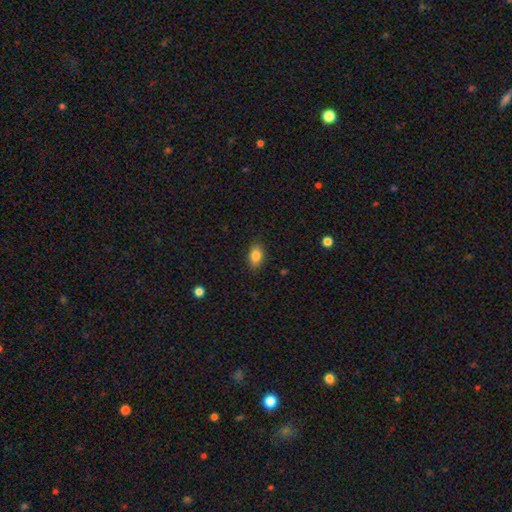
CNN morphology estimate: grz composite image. It shows a smooth galaxy with no disk features (85%) that is in between round and cigar-shaped (86%). Merging: none (87%).